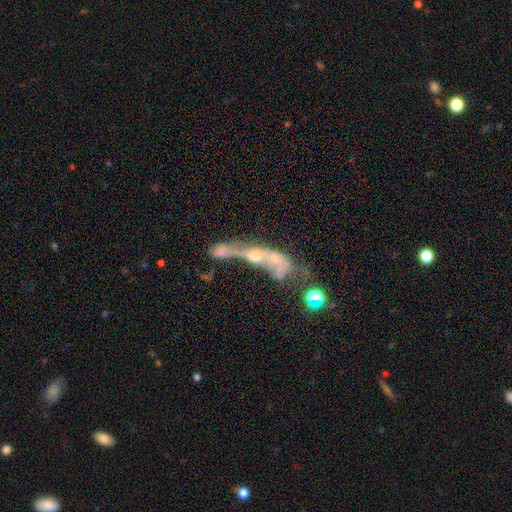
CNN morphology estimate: Overall: featured or disk (61%; smooth 23%). Edge-on disk: no (67%; yes 33%). Merging: merger (58%; major disturbance 20%).